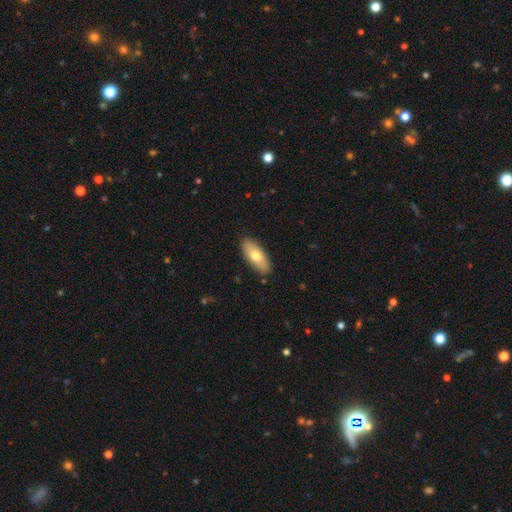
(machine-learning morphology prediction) Smooth or featured: smooth — 71% (featured or disk — 23%)
How rounded: in between — 80% (cigar-shaped — 18%)
Merging: none — 88% (minor disturbance — 9%)